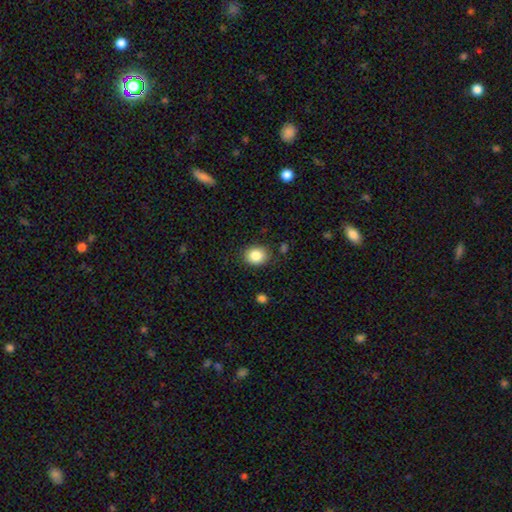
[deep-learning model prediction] Overall: smooth (85%). How rounded: round (61%; in between 38%). Merging: none (86%).